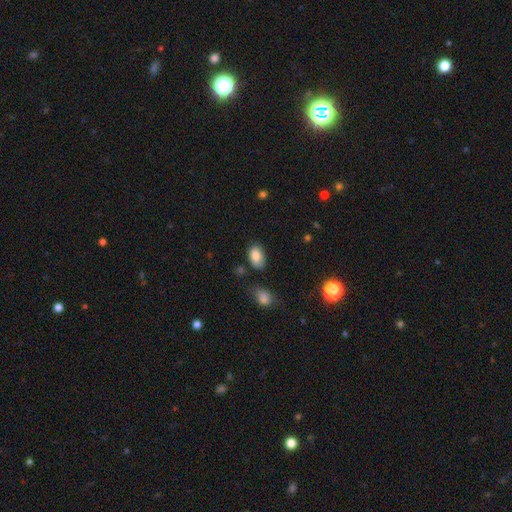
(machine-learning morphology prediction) type=smooth (85%); roundness=in between (91%); merging=none (73%).